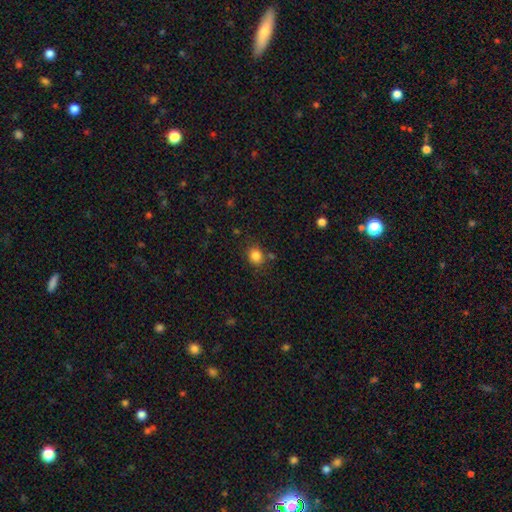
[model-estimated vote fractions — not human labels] Smooth or featured: smooth — 84% (star or artifact — 11%)
How rounded: round — 70% (in between — 29%)
Merging: none — 77% (minor disturbance — 13%)